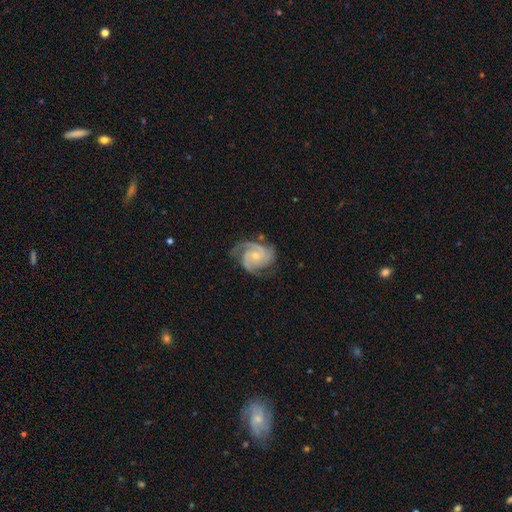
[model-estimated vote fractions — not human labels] A featured or disk galaxy (88%) with no bar (71%), 3 (48%) tight (49%) spiral arms (98%) and a small central bulge (59%).

Vote fractions:
- Smooth or featured? featured or disk: 88% / smooth: 7% / star or artifact: 5%
- Edge-on disk? no: 98% / yes: 2%
- Bar? no: 71% / weak: 24% / strong: 5%
- Spiral arms? yes: 98% / no: 2%
- Spiral winding? tight: 49% / medium: 43% / loose: 9%
- Spiral arm count? 3: 48% / 2: 32% / can't tell: 8% / 4: 5% / 1: 4% / more than 4: 3%
- Bulge size? small: 59% / moderate: 37% / none: 2% / large: 1% / dominant: 1%
- Merging? none: 66% / minor disturbance: 22% / major disturbance: 10% / merger: 2%